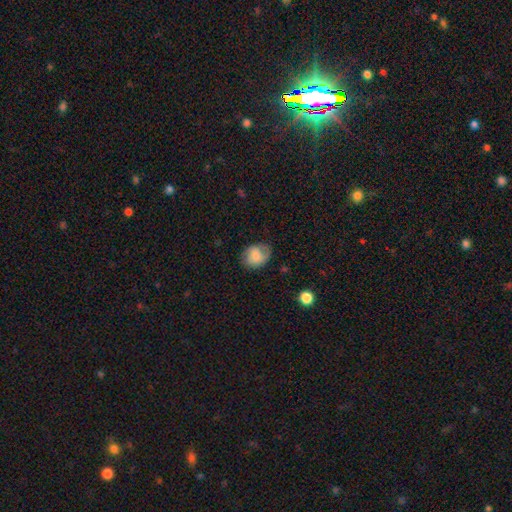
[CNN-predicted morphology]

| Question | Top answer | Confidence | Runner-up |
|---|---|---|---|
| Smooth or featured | smooth | 68% | featured or disk (24%) |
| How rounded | in between | 57% | round (42%) |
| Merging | none | 70% | minor disturbance (22%) |